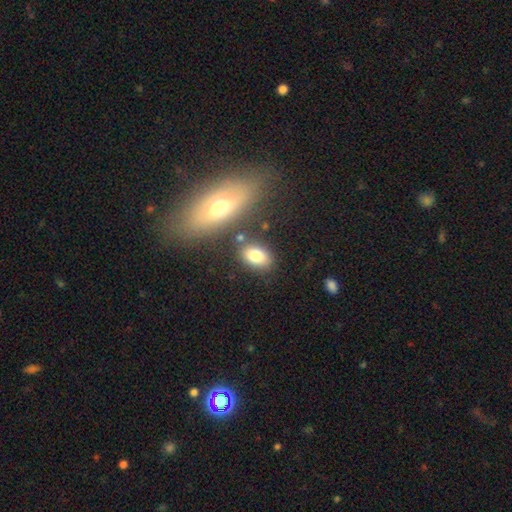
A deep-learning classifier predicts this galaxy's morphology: This is clearly a smooth galaxy (81%). How rounded: clearly in between (83%). Merging: likely none (75%).